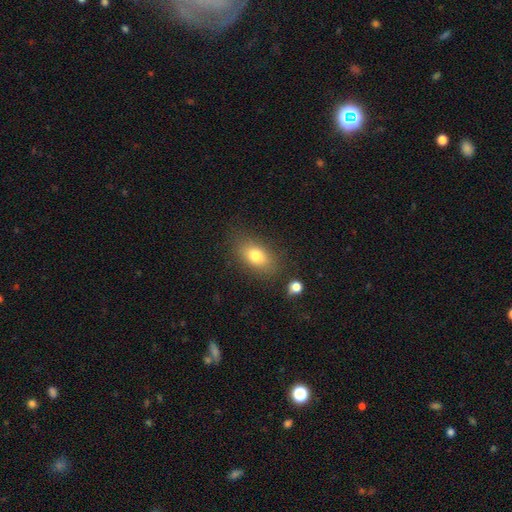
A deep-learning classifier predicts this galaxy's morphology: The model was most divided on "smooth or featured": smooth: 77%, featured or disk: 13%, star or artifact: 10%. More confident: how rounded — in between (83%); merging — none (79%).